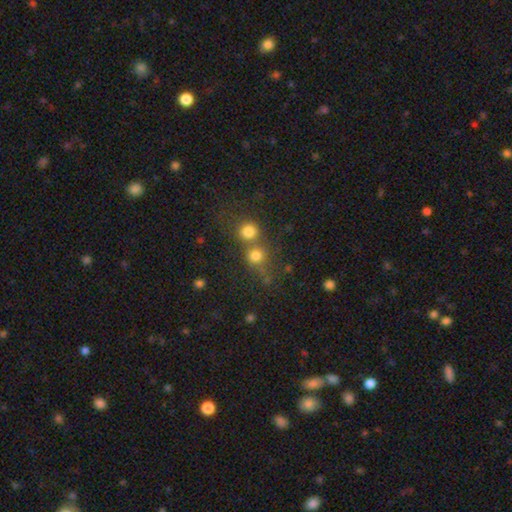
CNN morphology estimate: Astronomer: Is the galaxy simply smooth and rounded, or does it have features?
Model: smooth — 78%.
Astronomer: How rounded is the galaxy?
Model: round — 88%.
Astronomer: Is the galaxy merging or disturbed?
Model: none — 48% (runner-up: merger, 42%).